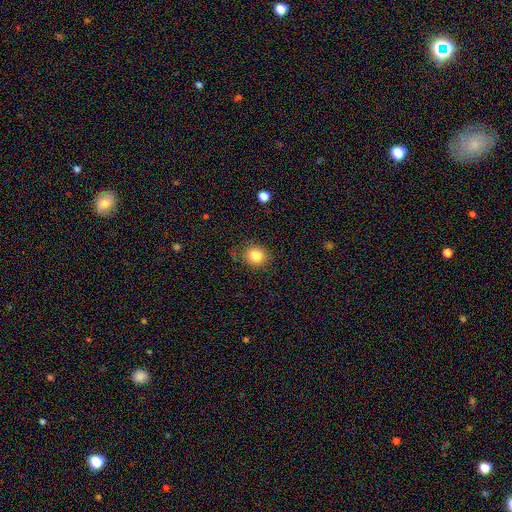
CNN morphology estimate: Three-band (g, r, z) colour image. It shows a smooth galaxy with no disk features (82%) that is round (73%). Merging: none (77%).